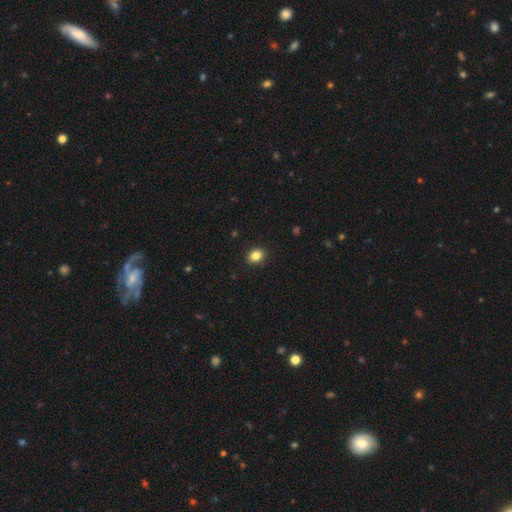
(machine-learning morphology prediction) Smooth or featured?
  - smooth: 84% *
  - star or artifact: 10%
  - featured or disk: 5%
How rounded?
  - round: 57% *
  - in between: 42%
  - cigar-shaped: 1%
Merging?
  - none: 91% *
  - minor disturbance: 7%
  - major disturbance: 2%
  - merger: 1%